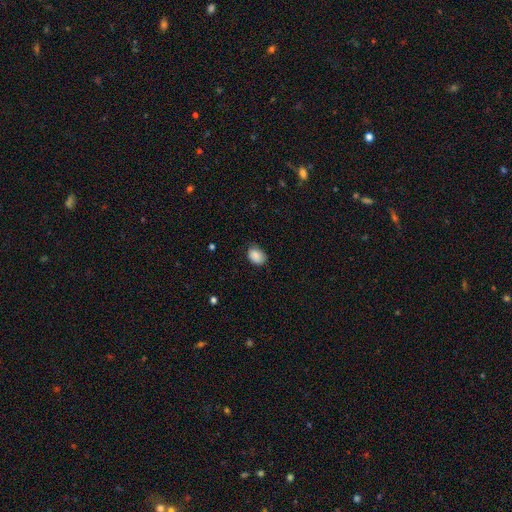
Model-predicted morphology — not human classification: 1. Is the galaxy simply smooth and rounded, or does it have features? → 87% smooth, 8% star or artifact, 5% featured or disk.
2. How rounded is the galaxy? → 74% in between, 25% round, 1% cigar-shaped.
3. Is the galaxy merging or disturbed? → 72% none, 23% minor disturbance, 4% major disturbance, 1% merger.